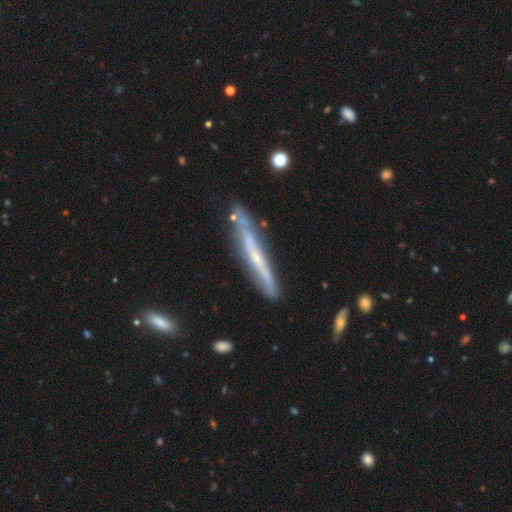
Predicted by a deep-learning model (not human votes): Overall: featured or disk (68%). Edge-on disk: yes (86%). Edge-on bulge: none (58%; rounded 36%). Merging: none (77%).